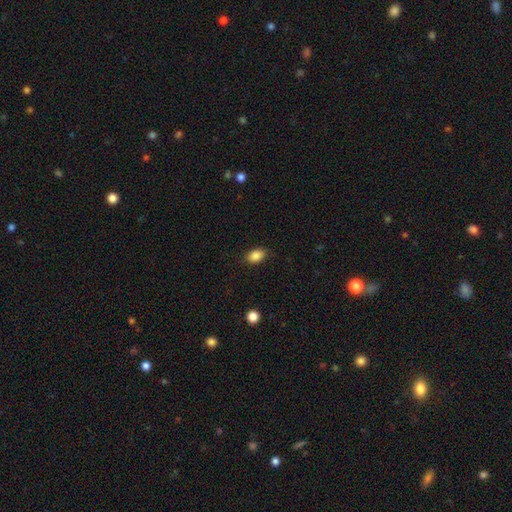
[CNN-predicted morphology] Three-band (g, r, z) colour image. It shows a smooth galaxy with no disk features (87%) that is in between round and cigar-shaped (85%). Merging: none (85%).